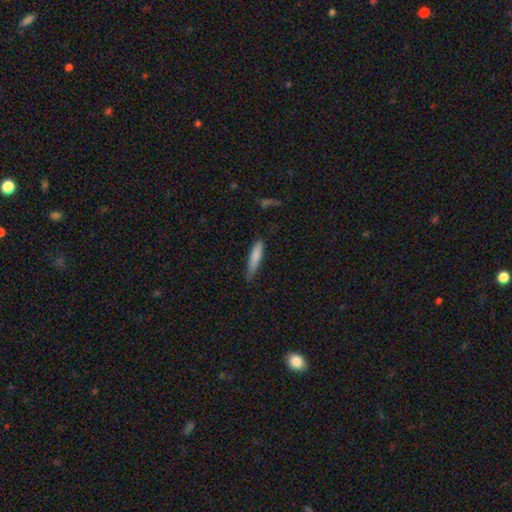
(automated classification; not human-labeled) This is clearly a smooth galaxy (82%). How rounded: clearly cigar-shaped (85%). Merging: likely none (69%).